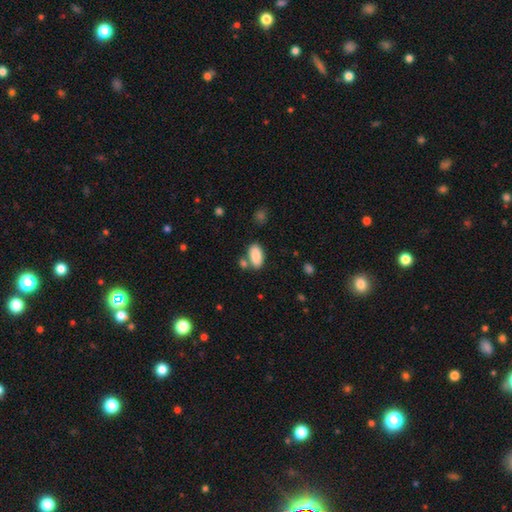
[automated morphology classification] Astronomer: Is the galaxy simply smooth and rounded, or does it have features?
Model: smooth — 88%.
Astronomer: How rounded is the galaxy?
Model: in between — 93%.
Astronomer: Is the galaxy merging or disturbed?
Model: none — 66%.